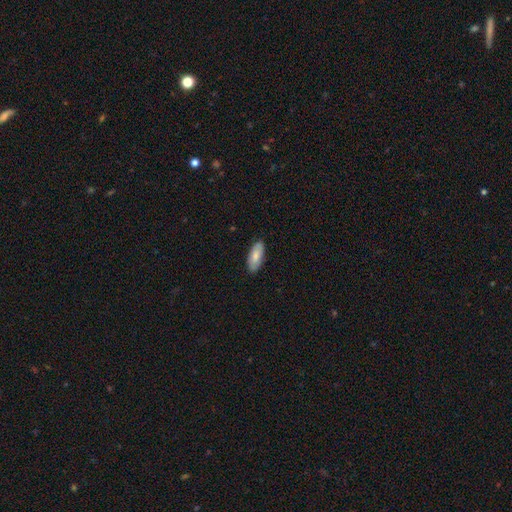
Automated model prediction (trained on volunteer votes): smooth 78%, featured or disk 17%, star or artifact 5%. Down the decision tree: how rounded — in between (83%); merging — none (86%).